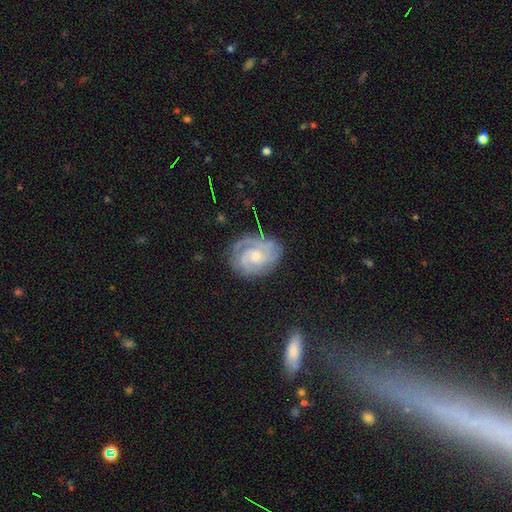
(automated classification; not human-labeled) Smooth or featured: featured or disk — 84% (smooth — 9%)
Edge-on disk: no — 97% (yes — 3%)
Bar: no — 65% (weak — 30%)
Spiral arms: yes — 97% (no — 3%)
Spiral winding: tight — 68% (medium — 27%)
Spiral arm count: 2 — 31% (3 — 28%)
Bulge size: small — 60% (moderate — 35%)
Merging: none — 74% (minor disturbance — 18%)